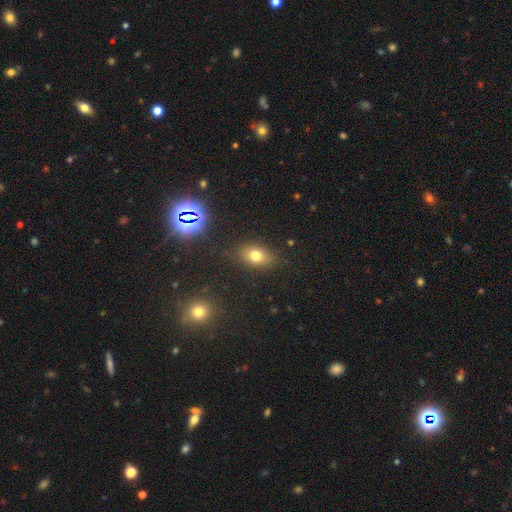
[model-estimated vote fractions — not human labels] Smooth or featured: smooth — 73% (star or artifact — 17%)
How rounded: in between — 77% (round — 20%)
Merging: none — 83% (minor disturbance — 12%)